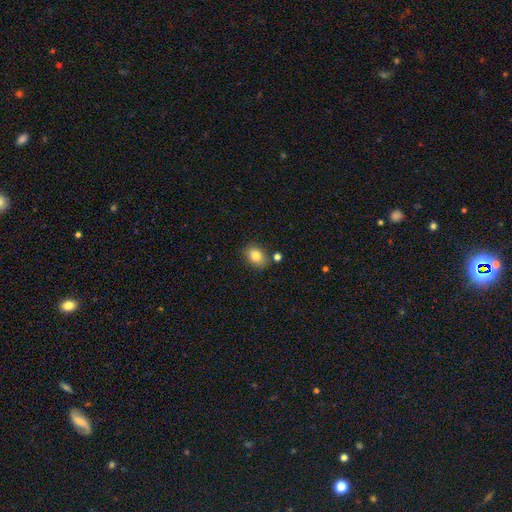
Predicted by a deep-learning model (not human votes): Smooth or featured: smooth — 83% (star or artifact — 9%)
How rounded: in between — 66% (round — 33%)
Merging: none — 78% (minor disturbance — 13%)